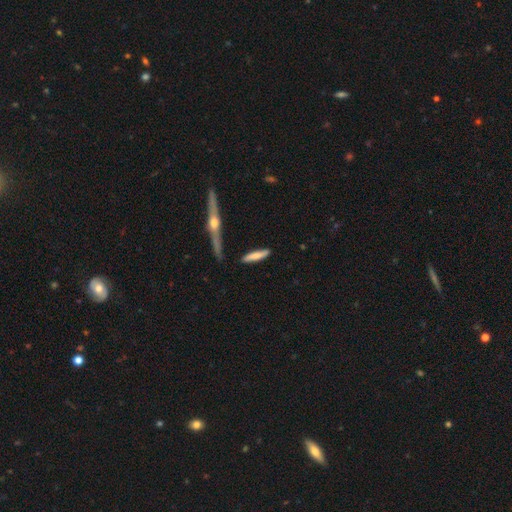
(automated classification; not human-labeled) Q: Smooth or featured?
A: smooth (67%); runner-up: featured or disk (27%)
Q: How rounded?
A: cigar-shaped (83%); runner-up: in between (15%)
Q: Merging?
A: none (82%); runner-up: minor disturbance (12%)